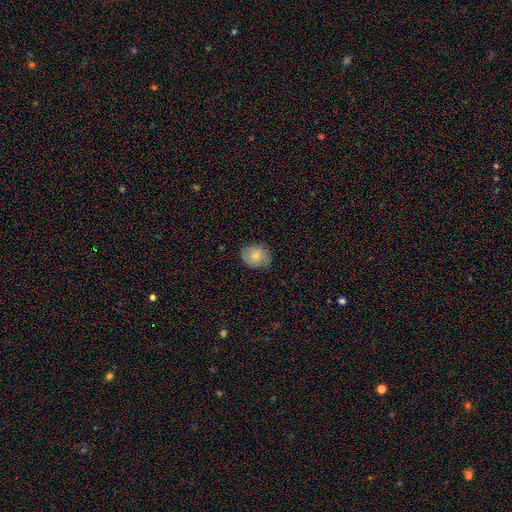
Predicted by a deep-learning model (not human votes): The model was most divided on "how rounded": round: 62%, in between: 37%, cigar-shaped: 1%. More confident: merging — none (75%); smooth or featured — smooth (71%).